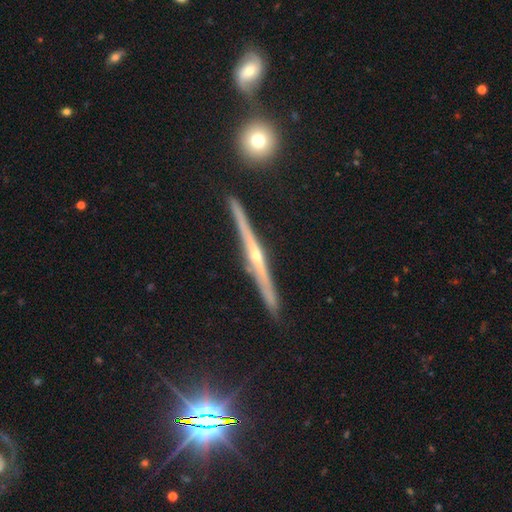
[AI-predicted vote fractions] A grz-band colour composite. It shows a featured or disk galaxy (85%) viewed edge-on (98%) with a rounded central bulge (78%). Merging: none (90%).